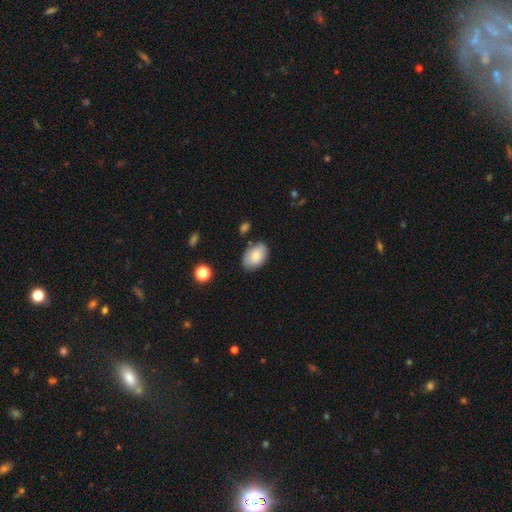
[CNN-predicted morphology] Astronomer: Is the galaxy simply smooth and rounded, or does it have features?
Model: smooth — 80%.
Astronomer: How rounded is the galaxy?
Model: in between — 89%.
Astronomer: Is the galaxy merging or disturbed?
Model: none — 77%.